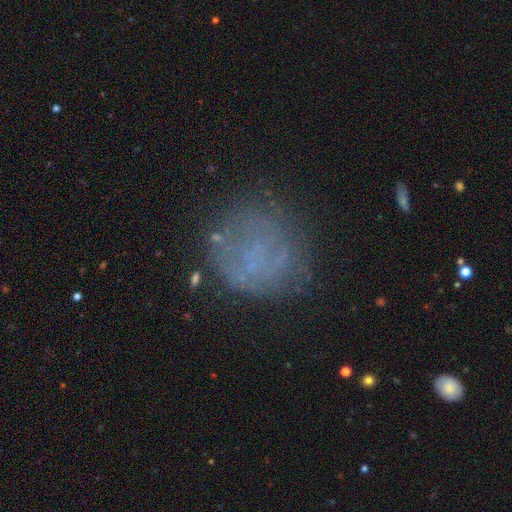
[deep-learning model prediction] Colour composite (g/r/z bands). It shows a smooth galaxy with no disk features (41%). Merging: none (69%).